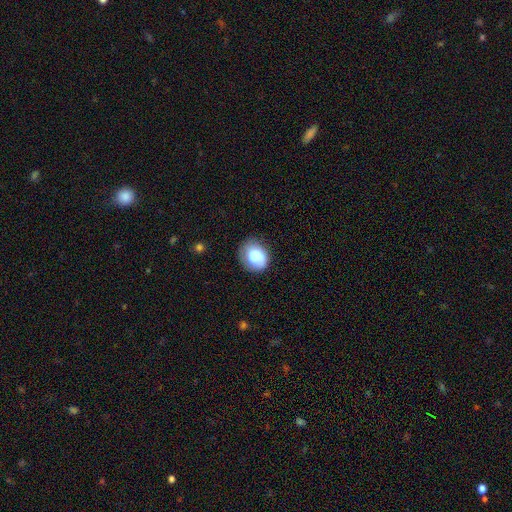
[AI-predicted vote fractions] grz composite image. It shows a smooth galaxy with no disk features (82%) that is round (59%). Merging: none (64%).